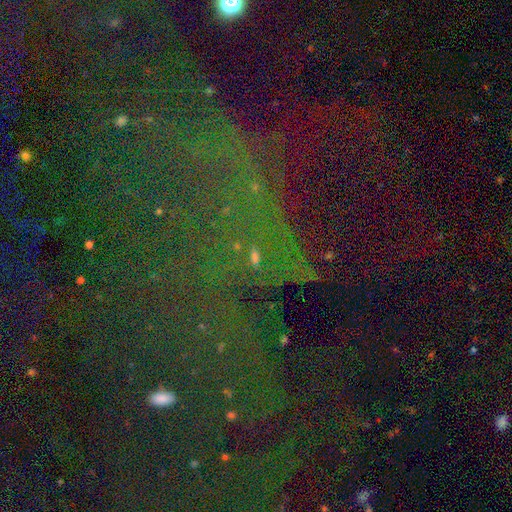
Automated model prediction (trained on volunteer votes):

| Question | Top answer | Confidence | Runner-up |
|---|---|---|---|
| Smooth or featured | star or artifact | 80% | smooth (10%) |